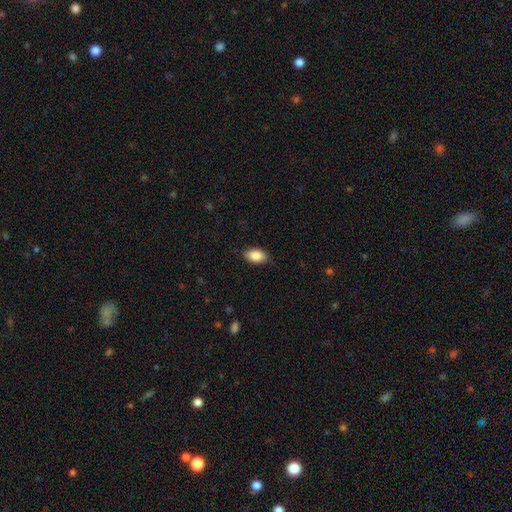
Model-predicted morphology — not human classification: type=smooth (86%); roundness=in between (91%); merging=none (83%).